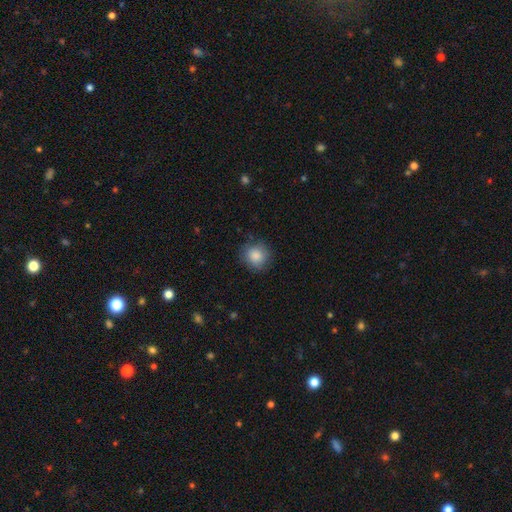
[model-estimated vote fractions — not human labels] Smooth or featured?
  - smooth: 86% *
  - star or artifact: 8%
  - featured or disk: 6%
How rounded?
  - round: 87% *
  - in between: 12%
  - cigar-shaped: 1%
Merging?
  - none: 83% *
  - minor disturbance: 12%
  - major disturbance: 3%
  - merger: 1%